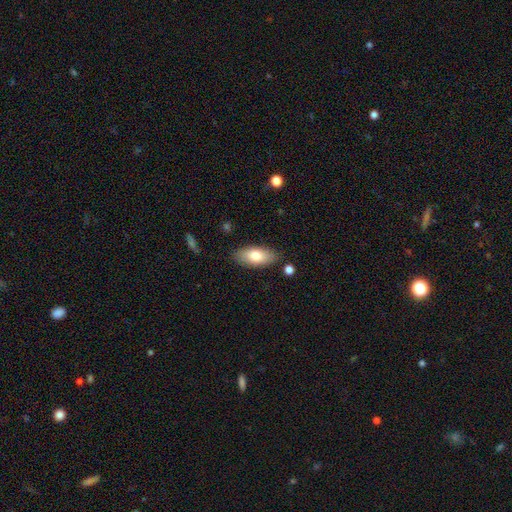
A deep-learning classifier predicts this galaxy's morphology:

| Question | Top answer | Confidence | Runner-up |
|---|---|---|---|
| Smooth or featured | smooth | 78% | featured or disk (16%) |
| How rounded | in between | 87% | cigar-shaped (11%) |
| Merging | none | 84% | minor disturbance (12%) |